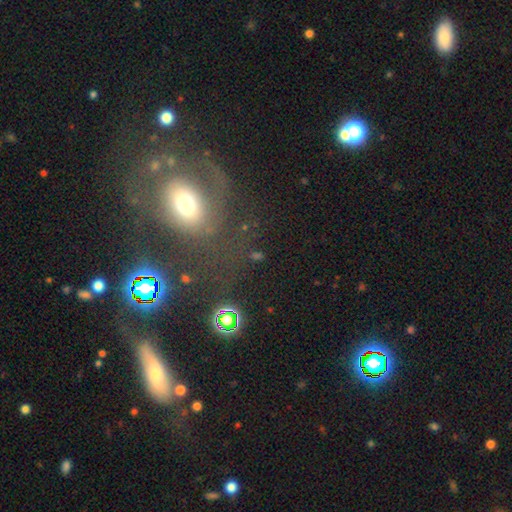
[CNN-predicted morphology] smooth 42%, star or artifact 35%, featured or disk 23%. Down the decision tree: merging — none (58%).